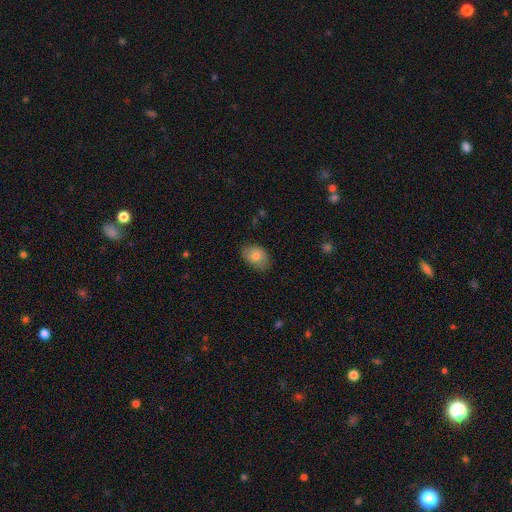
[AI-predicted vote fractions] Smooth or featured? smooth (81%)
How rounded? in between (78%)
Merging? none (78%)